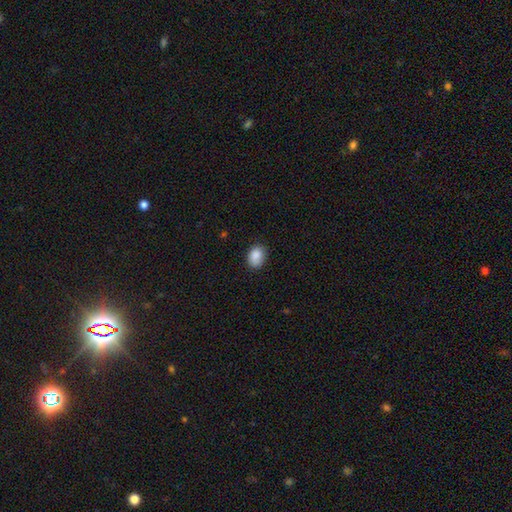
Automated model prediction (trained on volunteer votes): Overall: smooth (88%). How rounded: in between (71%). Merging: none (78%).